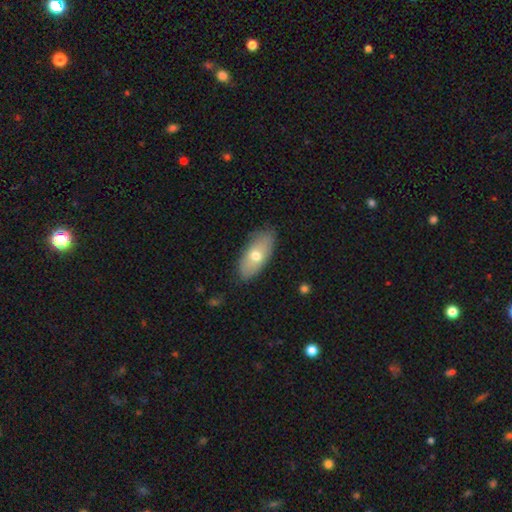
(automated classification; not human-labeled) Smooth or featured? Predicted: smooth (p=0.66). How rounded? Predicted: in between (p=0.86). Merging? Predicted: none (p=0.84).